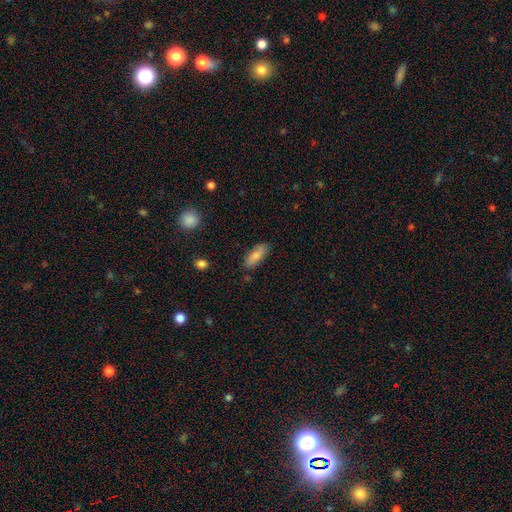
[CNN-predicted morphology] smooth-or-featured: smooth: 81% | featured or disk: 12% | star or artifact: 6%
  how-rounded: in between: 72% | cigar-shaped: 25% | round: 2%
  merging: none: 83% | minor disturbance: 12% | major disturbance: 2% | merger: 2%